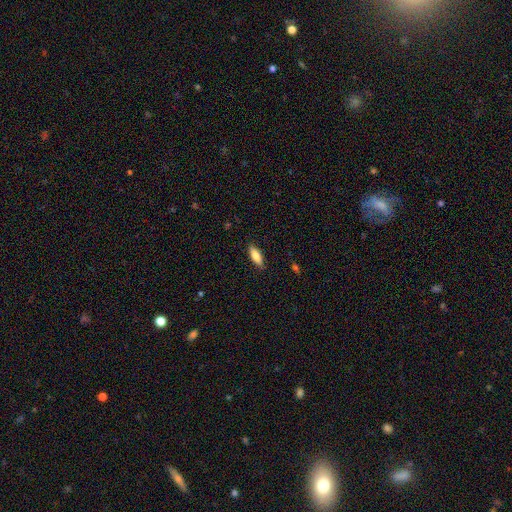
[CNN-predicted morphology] Smooth or featured?
  - smooth: 80% *
  - featured or disk: 14%
  - star or artifact: 6%
How rounded?
  - in between: 68% *
  - cigar-shaped: 30%
  - round: 2%
Merging?
  - none: 86% *
  - minor disturbance: 11%
  - major disturbance: 2%
  - merger: 1%